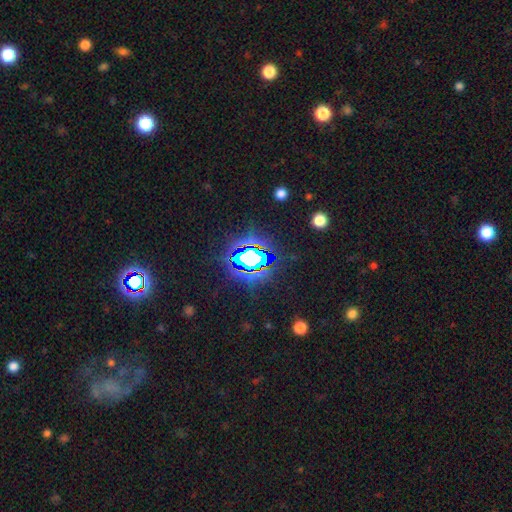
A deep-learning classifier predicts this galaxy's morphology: Smooth or featured: star or artifact — 77% (smooth — 14%)